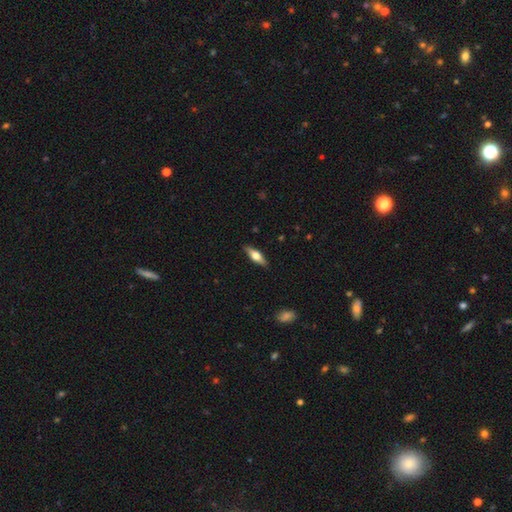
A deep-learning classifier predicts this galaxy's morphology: Smooth or featured?
  - featured or disk: 53% *
  - smooth: 41%
  - star or artifact: 6%
Edge-on disk?
  - yes: 93% *
  - no: 7%
Merging?
  - none: 88% *
  - minor disturbance: 9%
  - major disturbance: 2%
  - merger: 1%